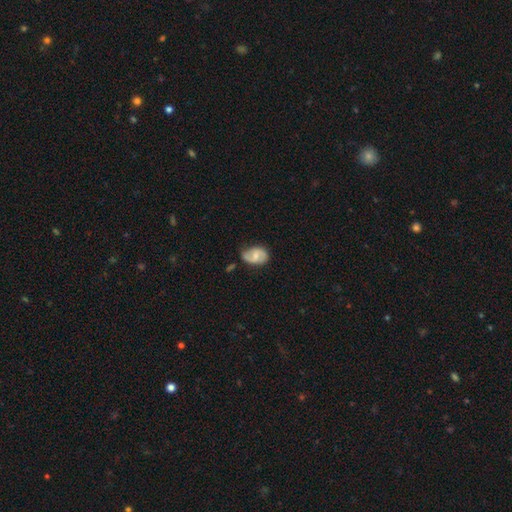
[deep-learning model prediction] This is possibly a featured or disk galaxy (50%). It is clearly not viewed edge-on (97%). Merging: possibly none (56%).